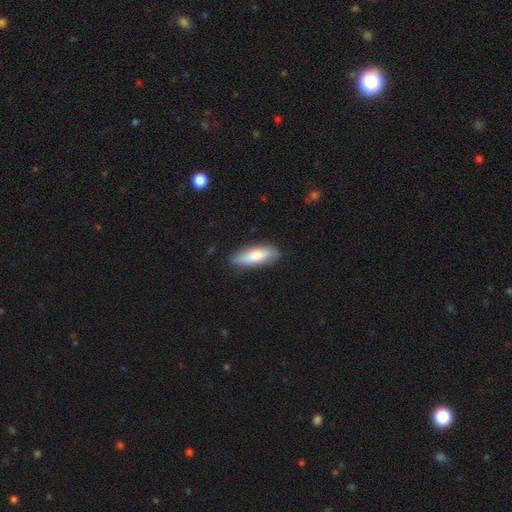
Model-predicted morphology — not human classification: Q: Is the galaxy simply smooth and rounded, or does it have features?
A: smooth — 78%.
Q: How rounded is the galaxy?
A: in between — 58%.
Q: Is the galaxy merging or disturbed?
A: none — 83%.